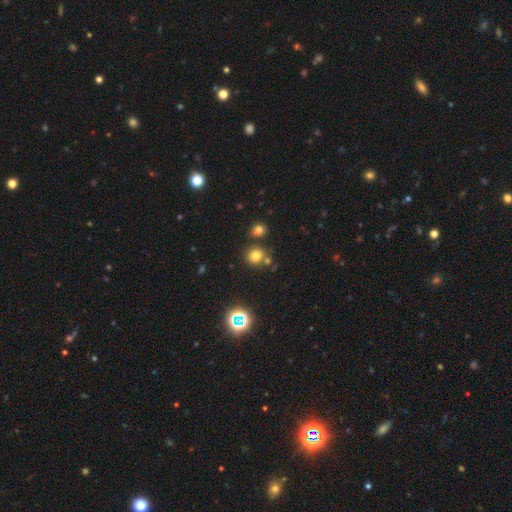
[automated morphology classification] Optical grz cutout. It shows a smooth galaxy with no disk features (73%) that is round (86%). Merging: none (72%).